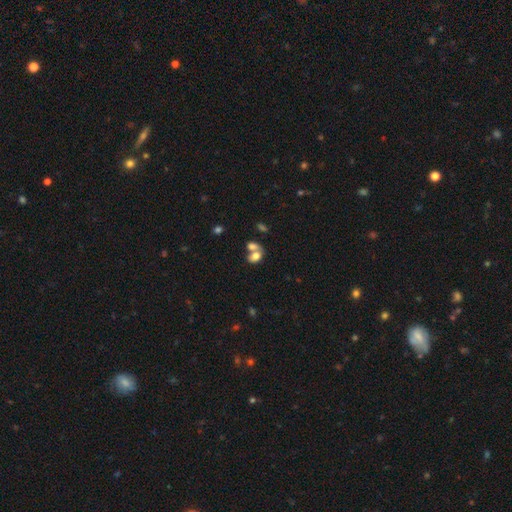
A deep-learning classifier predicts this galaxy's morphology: A smooth galaxy with no disk features (72%) that is in between round and cigar-shaped (76%).

Vote fractions:
- Smooth or featured? smooth: 72% / featured or disk: 18% / star or artifact: 10%
- How rounded? in between: 76% / round: 22% / cigar-shaped: 2%
- Merging? merger: 59% / none: 27% / minor disturbance: 9% / major disturbance: 5%